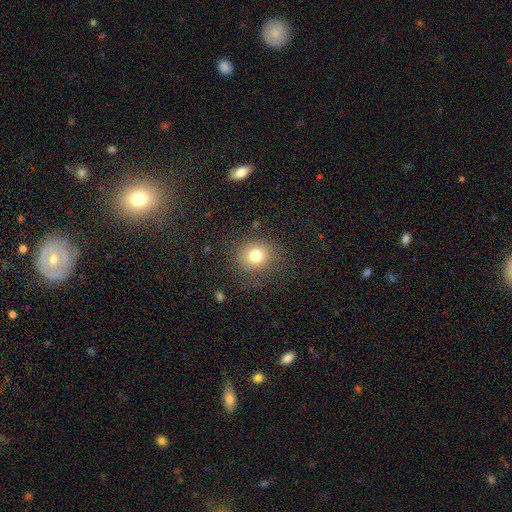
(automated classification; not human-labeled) smooth_or_featured: smooth (p=0.77) [alt: star or artifact p=0.13]
how_rounded: round (p=0.78) [alt: in between p=0.21]
merging: none (p=0.79) [alt: minor disturbance p=0.13]